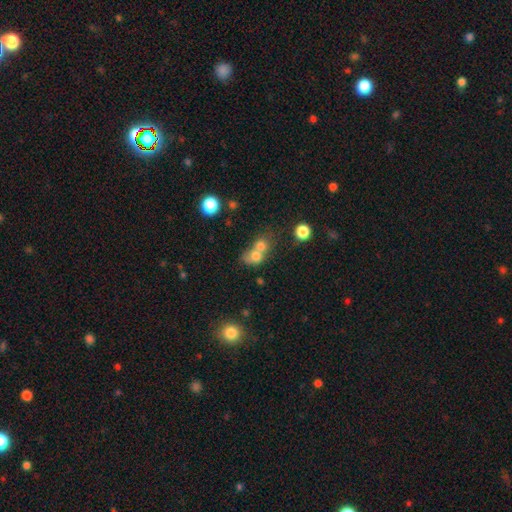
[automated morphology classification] This appears to be a smooth galaxy with no disk features (71%) that is round (63%). Merging: merger (68%).